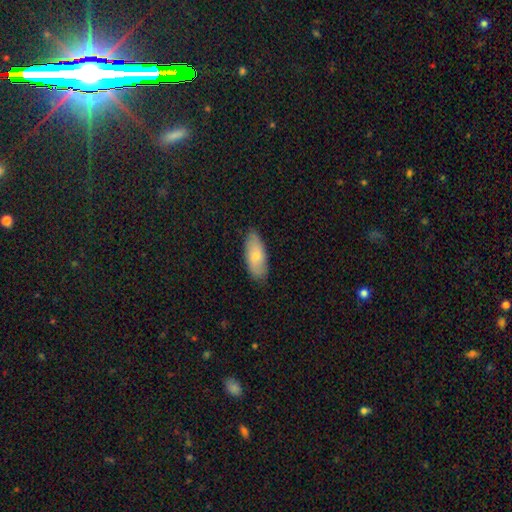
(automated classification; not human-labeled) smooth 72%, featured or disk 22%, star or artifact 6%. Down the decision tree: how rounded — in between (85%); merging — none (82%).